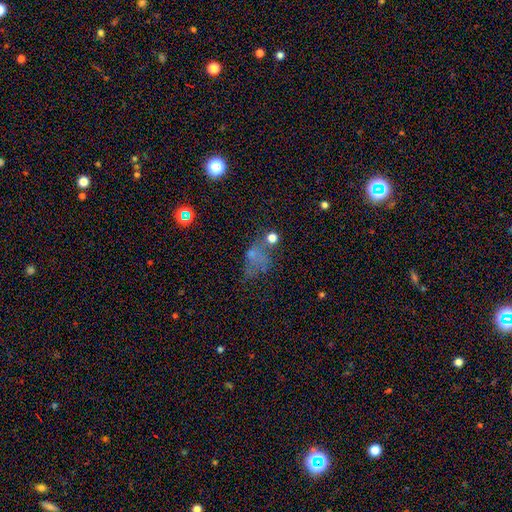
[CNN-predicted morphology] smooth-or-featured: smooth: 43% | star or artifact: 30% | featured or disk: 28%
  merging: none: 35% | major disturbance: 30% | minor disturbance: 20% | merger: 16%